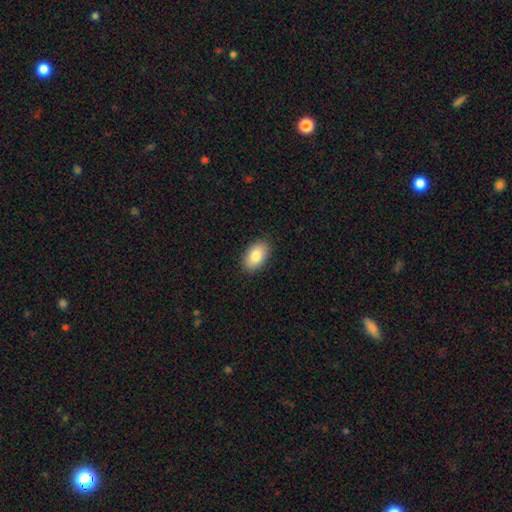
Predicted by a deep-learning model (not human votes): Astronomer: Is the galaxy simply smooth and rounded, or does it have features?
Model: smooth — 83%.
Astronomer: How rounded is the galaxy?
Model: in between — 92%.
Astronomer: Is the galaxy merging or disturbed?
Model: none — 89%.